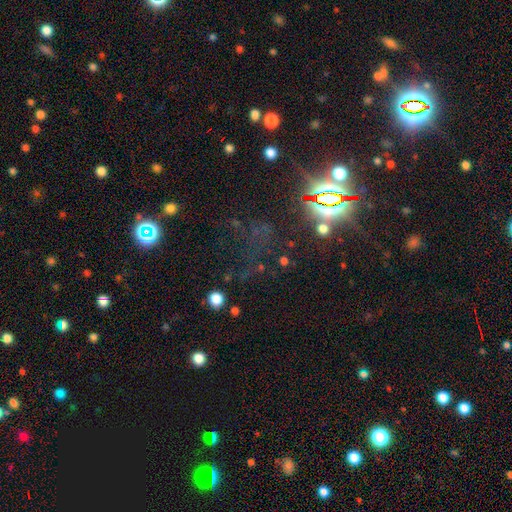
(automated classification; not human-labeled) Smooth or featured? star or artifact (75%)